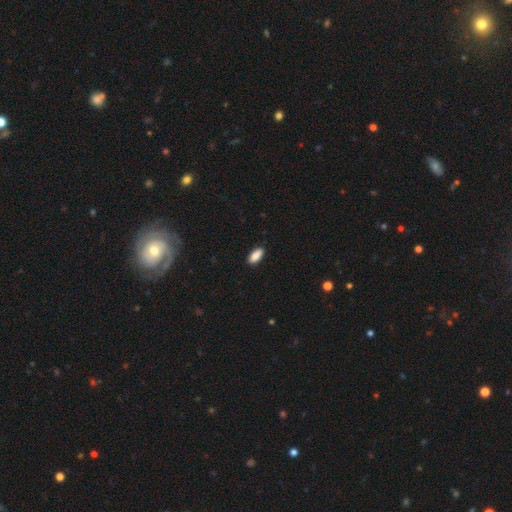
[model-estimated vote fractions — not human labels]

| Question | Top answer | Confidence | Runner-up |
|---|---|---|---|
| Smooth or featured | smooth | 89% | star or artifact (7%) |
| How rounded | in between | 86% | cigar-shaped (11%) |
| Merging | none | 88% | minor disturbance (9%) |